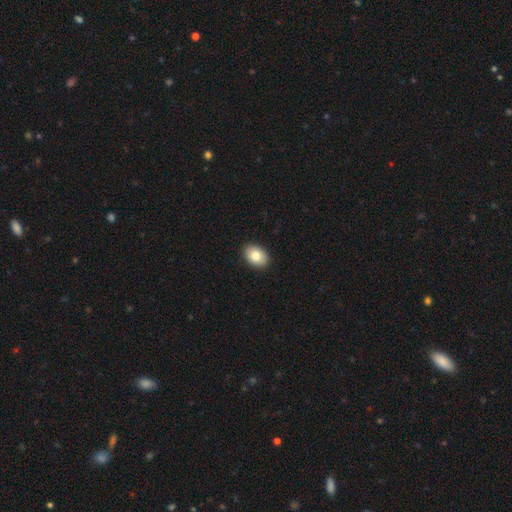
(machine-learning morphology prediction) The model was most divided on "how rounded": in between: 81%, round: 18%, cigar-shaped: 1%. More confident: merging — none (91%); smooth or featured — smooth (82%).